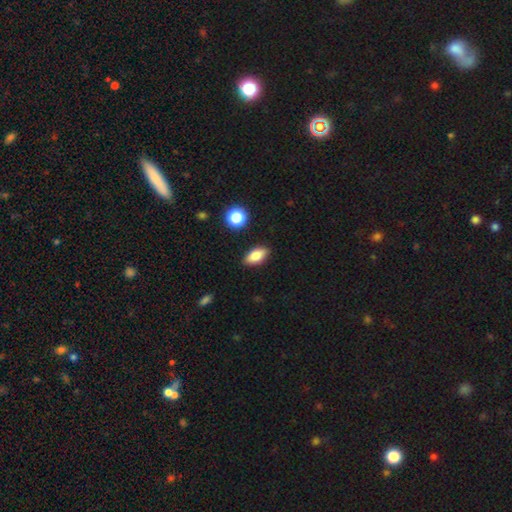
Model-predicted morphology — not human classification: Smooth or featured: smooth — 81% (featured or disk — 10%)
How rounded: in between — 87% (cigar-shaped — 8%)
Merging: none — 87% (minor disturbance — 10%)